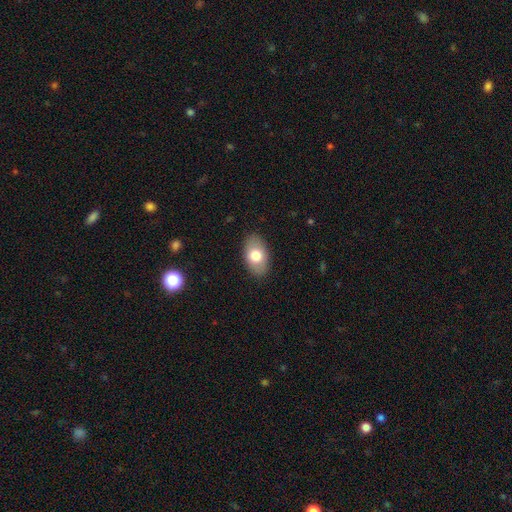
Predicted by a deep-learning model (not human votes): smooth_or_featured: smooth (p=0.75) [alt: featured or disk p=0.18]
how_rounded: in between (p=0.91) [alt: round p=0.07]
merging: none (p=0.87) [alt: minor disturbance p=0.09]